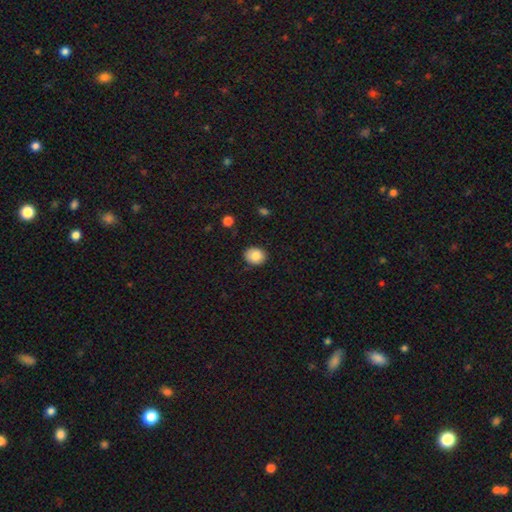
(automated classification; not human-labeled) Morphology: type=smooth (83%); roundness=round (62%); merging=none (87%).